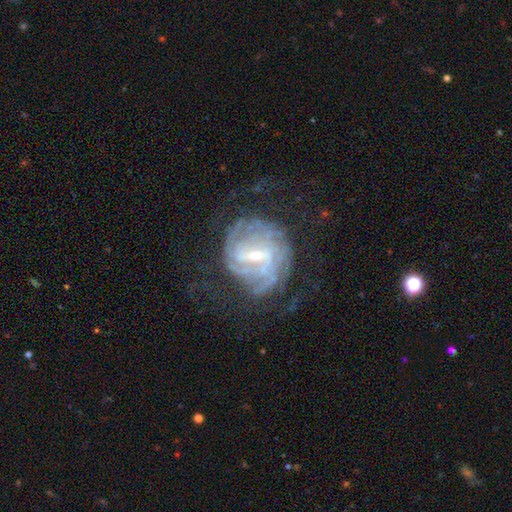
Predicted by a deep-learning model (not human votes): Smooth or featured: featured or disk — 84% (smooth — 8%)
Edge-on disk: no — 96% (yes — 4%)
Bar: weak — 49% (strong — 36%)
Spiral arms: yes — 91% (no — 9%)
Spiral winding: tight — 56% (medium — 31%)
Spiral arm count: can't tell — 42% (2 — 20%)
Bulge size: small — 66% (moderate — 30%)
Merging: none — 60% (major disturbance — 20%)